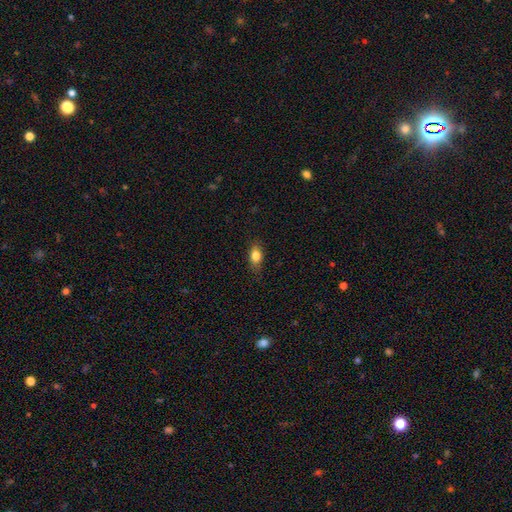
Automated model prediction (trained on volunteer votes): This appears to be a smooth galaxy with no disk features (81%) that is in between round and cigar-shaped (79%). Merging: none (78%).